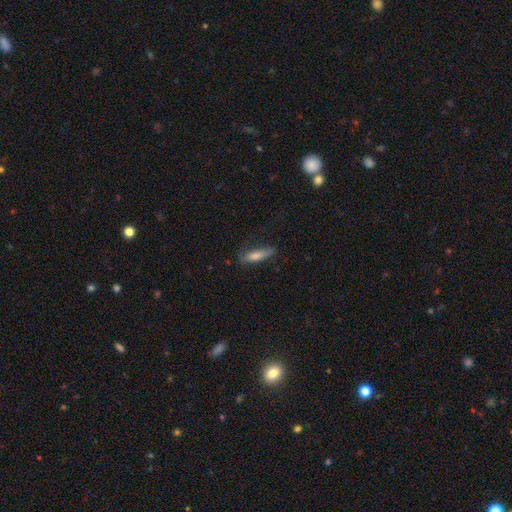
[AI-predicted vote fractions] Smooth or featured: smooth — 64% (featured or disk — 27%)
How rounded: cigar-shaped — 77% (in between — 22%)
Merging: none — 68% (minor disturbance — 23%)